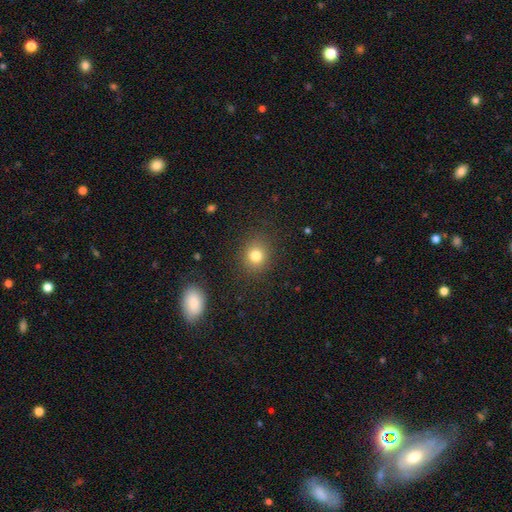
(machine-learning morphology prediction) Q: Smooth or featured?
A: smooth (80%); runner-up: star or artifact (13%)
Q: How rounded?
A: round (76%); runner-up: in between (23%)
Q: Merging?
A: none (87%); runner-up: minor disturbance (8%)